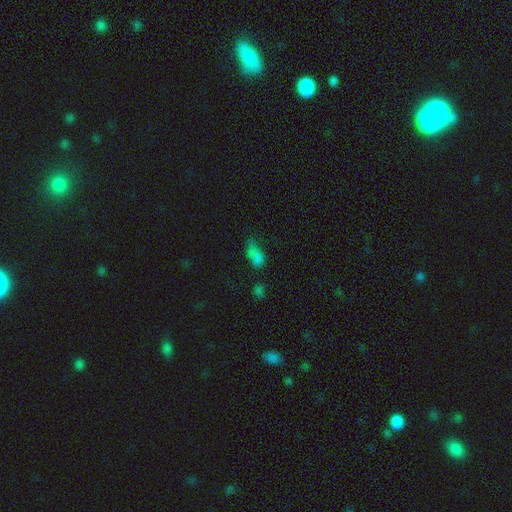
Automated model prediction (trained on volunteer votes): Q: Smooth or featured?
A: smooth (70%); runner-up: star or artifact (17%)
Q: How rounded?
A: in between (82%); runner-up: cigar-shaped (9%)
Q: Merging?
A: none (29%); runner-up: minor disturbance (25%)